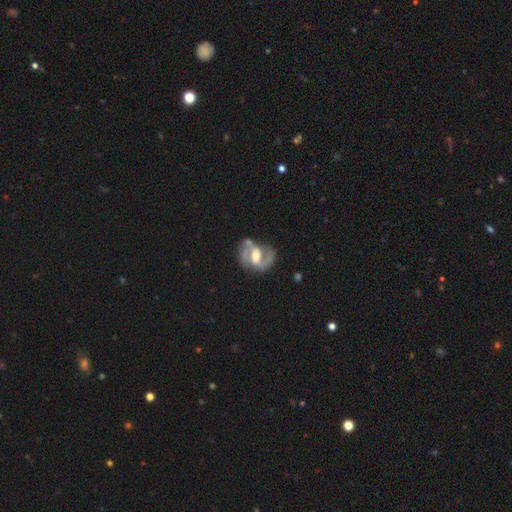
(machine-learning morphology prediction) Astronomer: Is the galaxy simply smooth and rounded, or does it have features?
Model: featured or disk — 87%.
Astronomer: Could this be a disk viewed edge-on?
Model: no — 97%.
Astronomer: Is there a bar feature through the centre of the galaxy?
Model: weak — 46% (runner-up: strong, 31%).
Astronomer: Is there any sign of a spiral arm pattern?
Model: yes — 94%.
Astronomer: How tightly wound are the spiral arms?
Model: medium — 56%.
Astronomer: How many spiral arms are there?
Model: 2 — 87%.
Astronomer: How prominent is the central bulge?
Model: moderate — 68%.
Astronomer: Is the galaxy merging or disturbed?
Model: none — 66%.